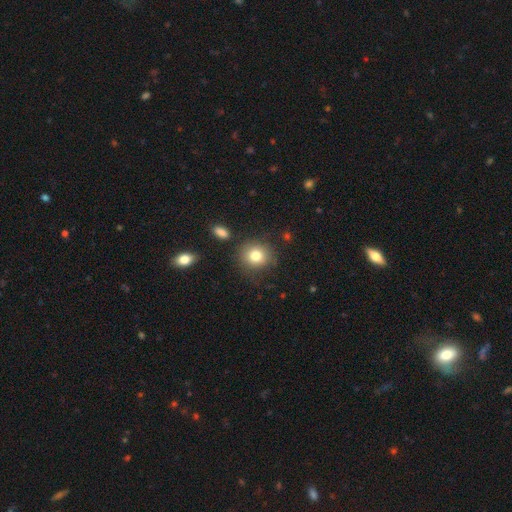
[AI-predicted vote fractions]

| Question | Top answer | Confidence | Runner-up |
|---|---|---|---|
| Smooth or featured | smooth | 80% | star or artifact (11%) |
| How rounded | round | 81% | in between (18%) |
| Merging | none | 81% | minor disturbance (12%) |